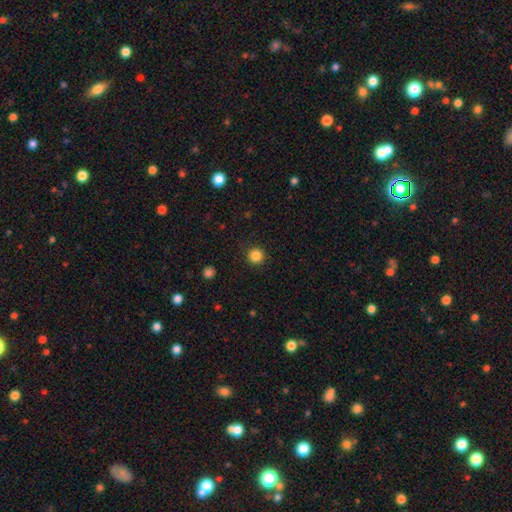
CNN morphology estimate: Smooth or featured? smooth (85%)
How rounded? round (95%)
Merging? none (91%)